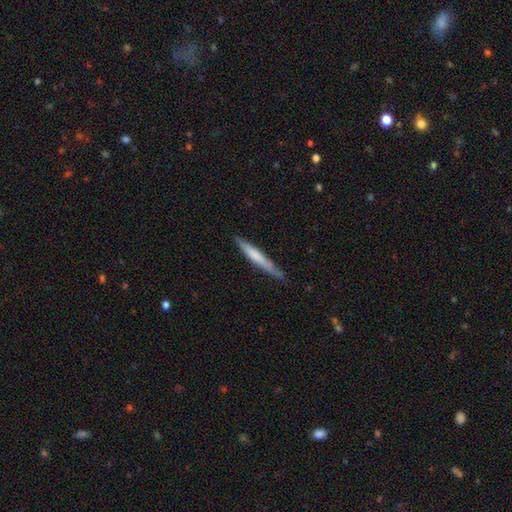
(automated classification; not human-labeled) Smooth or featured?
  - smooth: 55% *
  - featured or disk: 40%
  - star or artifact: 5%
How rounded?
  - cigar-shaped: 95% *
  - in between: 4%
  - round: 1%
Merging?
  - none: 80% *
  - minor disturbance: 16%
  - major disturbance: 3%
  - merger: 2%